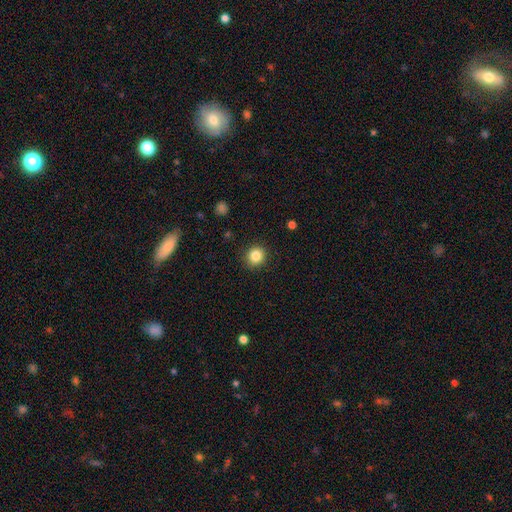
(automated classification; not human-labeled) Smooth or featured: smooth — 84% (star or artifact — 11%)
How rounded: round — 88% (in between — 11%)
Merging: none — 90% (minor disturbance — 6%)